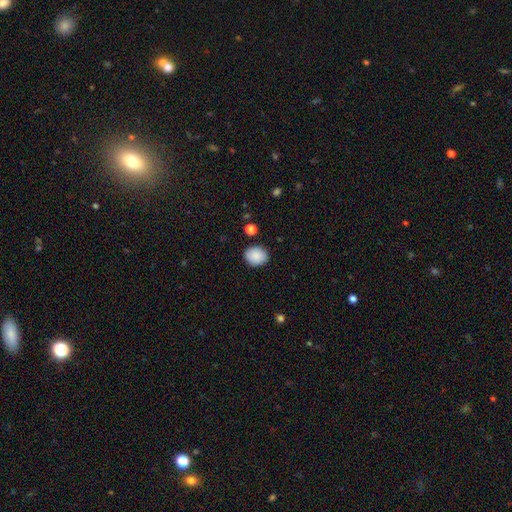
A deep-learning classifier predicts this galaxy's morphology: Smooth or featured?
  - smooth: 88% *
  - star or artifact: 8%
  - featured or disk: 4%
How rounded?
  - round: 61% *
  - in between: 38%
  - cigar-shaped: 1%
Merging?
  - none: 86% *
  - minor disturbance: 10%
  - major disturbance: 2%
  - merger: 2%